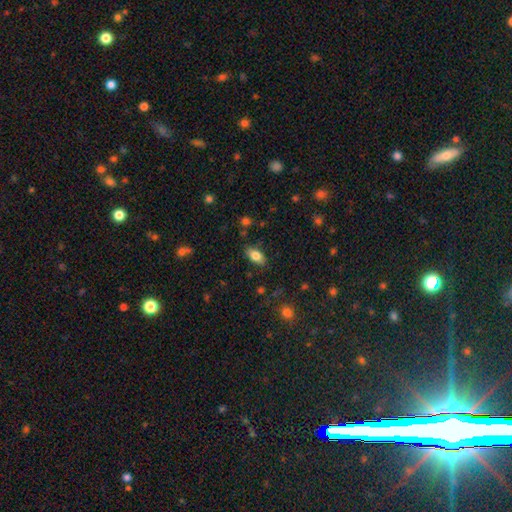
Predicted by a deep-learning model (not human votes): The model was most divided on "merging": none: 83%, minor disturbance: 13%, major disturbance: 3%, merger: 2%. More confident: how rounded — in between (90%); smooth or featured — smooth (82%).